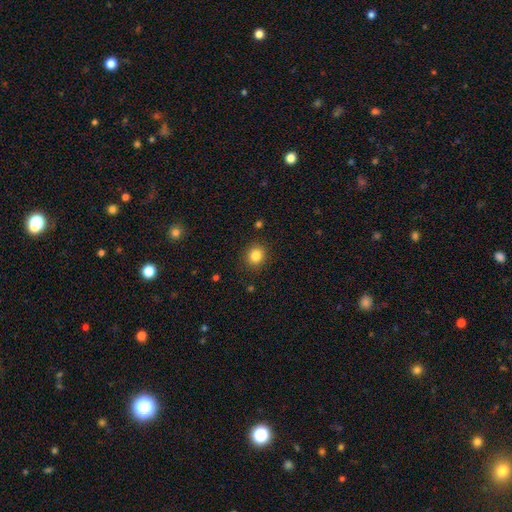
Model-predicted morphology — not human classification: Q: Smooth or featured?
A: smooth (84%); runner-up: star or artifact (11%)
Q: How rounded?
A: round (82%); runner-up: in between (17%)
Q: Merging?
A: none (90%); runner-up: minor disturbance (7%)